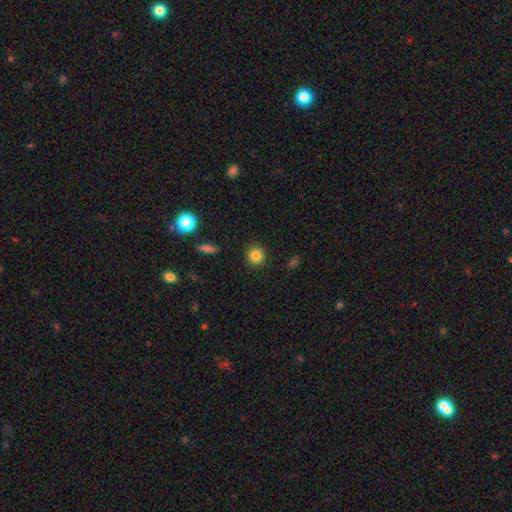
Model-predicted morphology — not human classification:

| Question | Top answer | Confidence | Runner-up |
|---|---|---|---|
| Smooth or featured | smooth | 83% | star or artifact (11%) |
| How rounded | round | 91% | in between (8%) |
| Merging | none | 91% | minor disturbance (6%) |